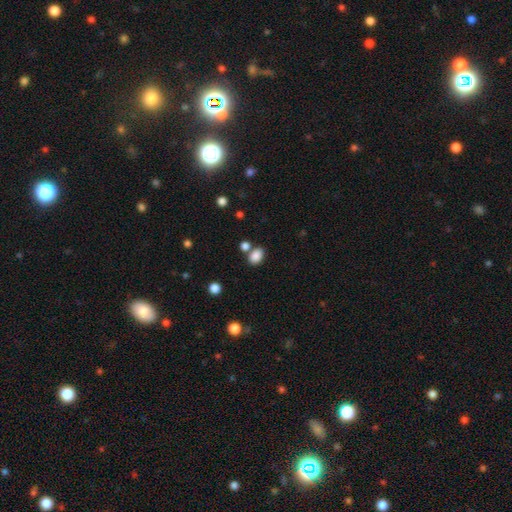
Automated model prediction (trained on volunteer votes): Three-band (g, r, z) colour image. It shows a smooth galaxy with no disk features (86%) that is in between round and cigar-shaped (75%). Merging: none (65%).